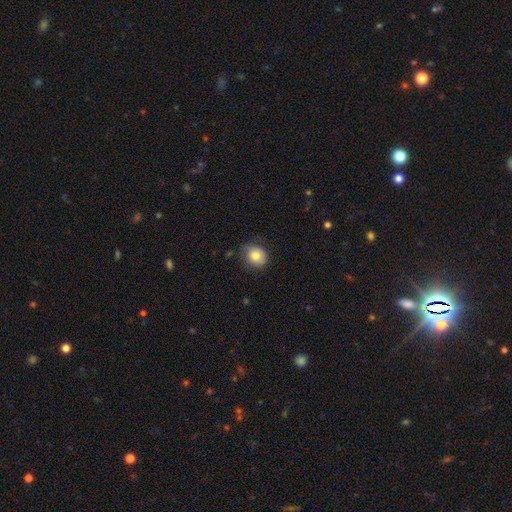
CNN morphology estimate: The model was most divided on "how rounded": round: 73%, in between: 26%, cigar-shaped: 1%. More confident: smooth or featured — smooth (80%); merging — none (75%).